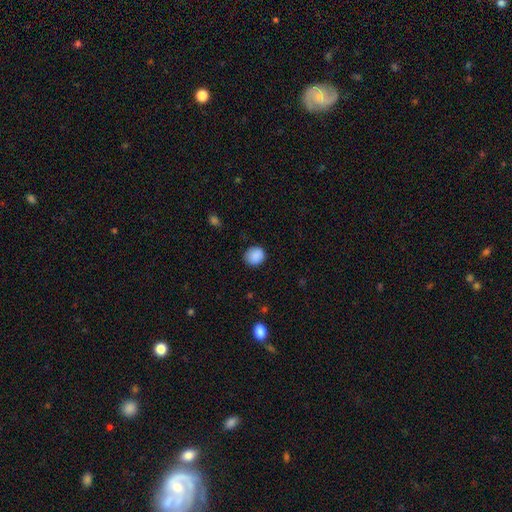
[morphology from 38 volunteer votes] Smooth or featured: smooth — 89% (star or artifact — 8%)
How rounded: round — 94% (in between — 6%)
Merging: none — 80% (minor disturbance — 17%)